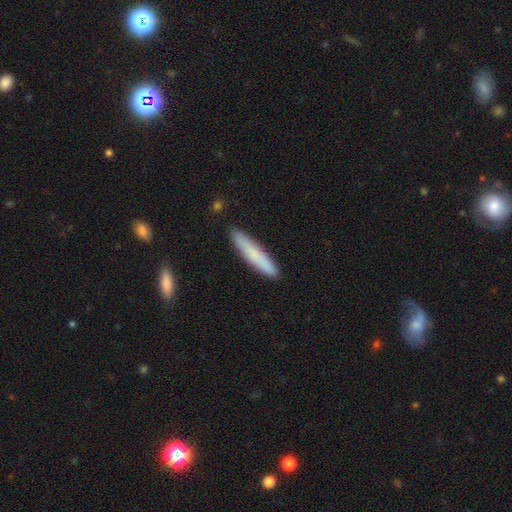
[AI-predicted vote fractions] This appears to be a smooth galaxy with no disk features (76%) that is cigar-shaped (90%). Merging: none (88%).